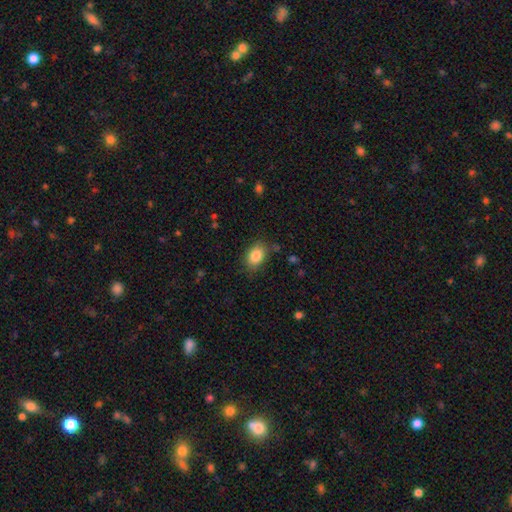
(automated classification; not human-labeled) Smooth or featured? smooth (85%)
How rounded? in between (81%)
Merging? none (81%)